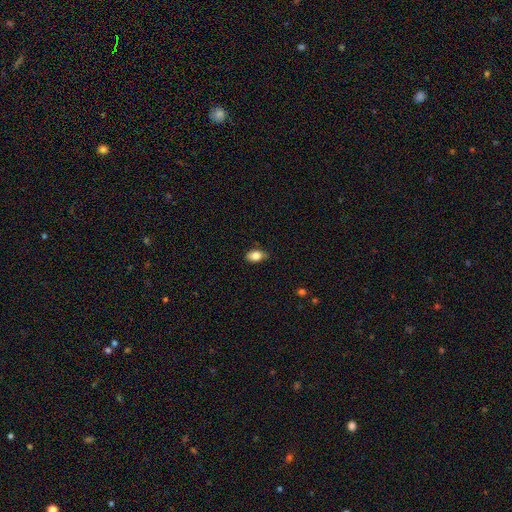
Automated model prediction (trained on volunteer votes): This is clearly a smooth galaxy (83%). How rounded: clearly in between (85%). Merging: likely none (77%).